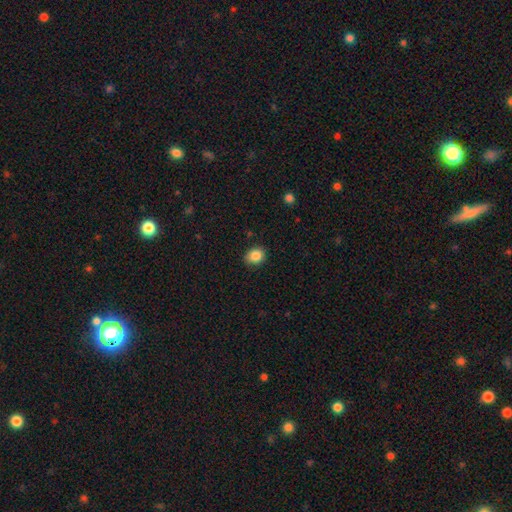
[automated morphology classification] type=smooth (86%); roundness=round (64%); merging=none (85%).